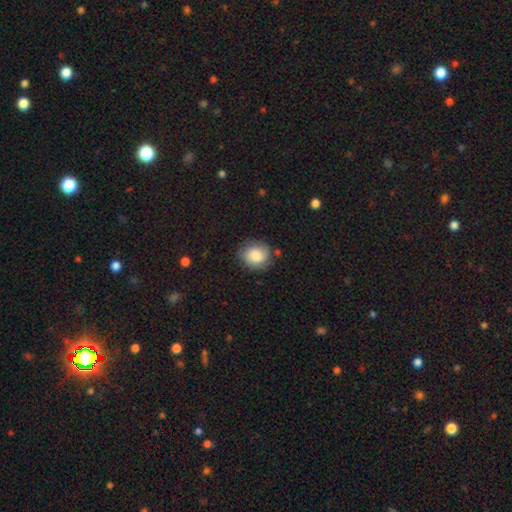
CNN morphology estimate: type=smooth (80%); roundness=round (76%); merging=none (77%).